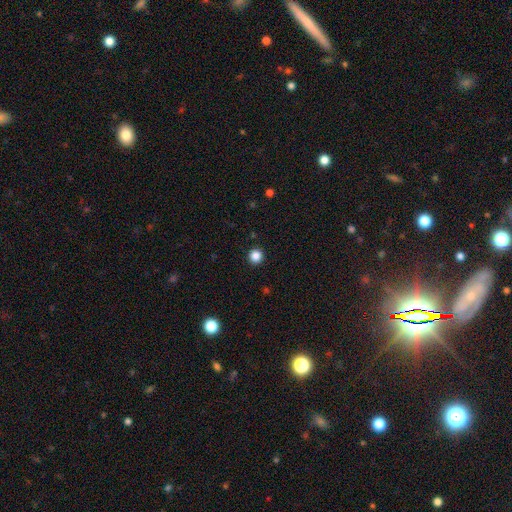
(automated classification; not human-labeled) Morphology: type=smooth (85%); roundness=round (96%); merging=none (93%).